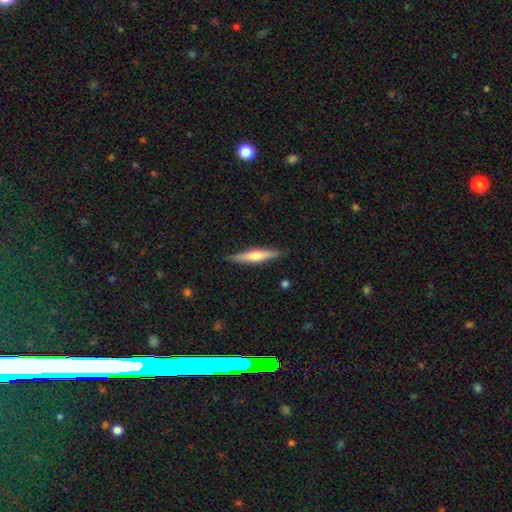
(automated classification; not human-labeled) Smooth or featured: featured or disk — 48% (smooth — 46%)
Merging: none — 87% (minor disturbance — 10%)